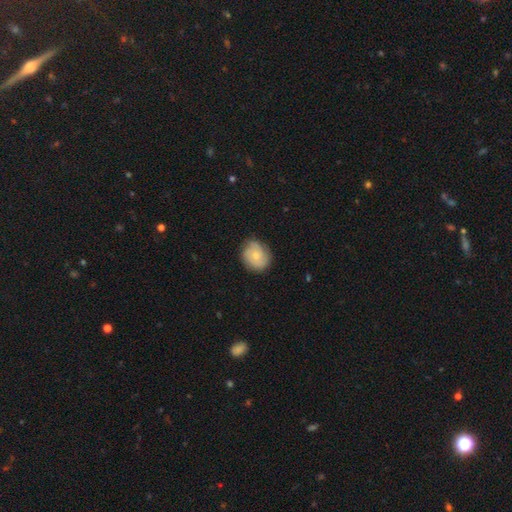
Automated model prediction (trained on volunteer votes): The model was most divided on "smooth or featured": smooth: 50%, featured or disk: 44%, star or artifact: 7%. More confident: merging — none (76%).